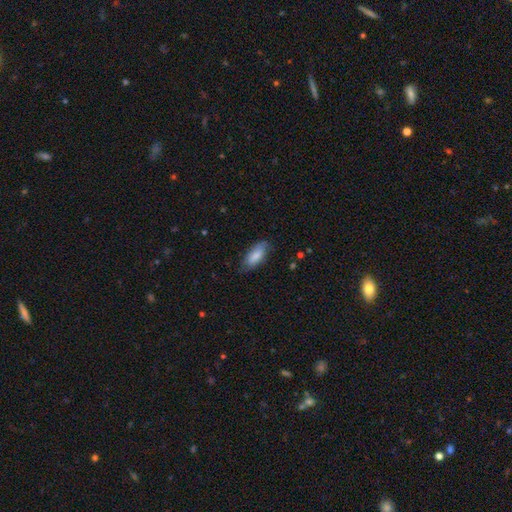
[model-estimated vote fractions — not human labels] smooth-or-featured: smooth: 79% | featured or disk: 15% | star or artifact: 6%
  how-rounded: in between: 80% | cigar-shaped: 18% | round: 2%
  merging: none: 73% | minor disturbance: 21% | major disturbance: 4% | merger: 1%